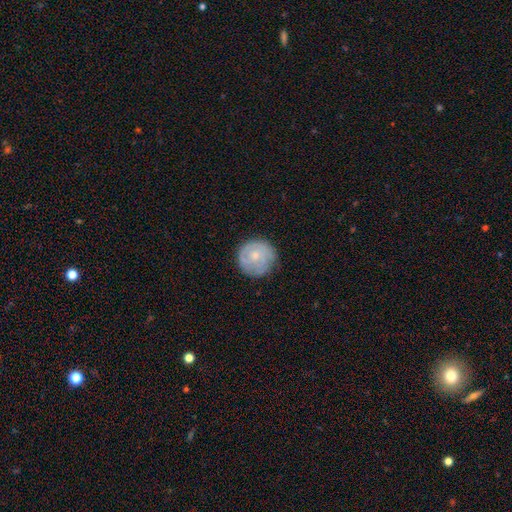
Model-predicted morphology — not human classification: type=featured or disk (50%); edge-on=no (98%); merging=none (80%).